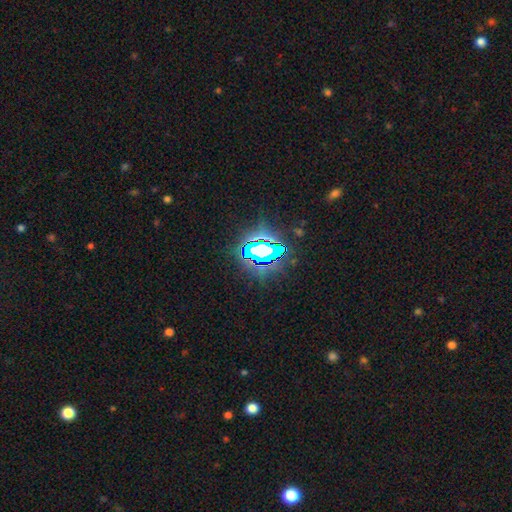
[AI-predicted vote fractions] Smooth or featured: star or artifact — 78% (smooth — 12%)